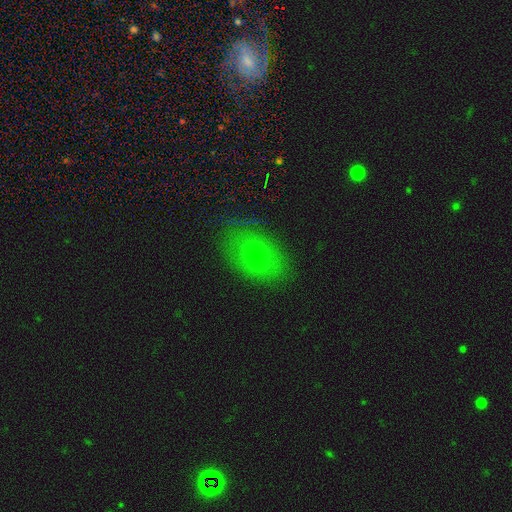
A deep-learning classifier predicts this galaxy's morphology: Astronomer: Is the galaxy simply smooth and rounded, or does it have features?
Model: smooth — 57%.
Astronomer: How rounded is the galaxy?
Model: in between — 69%.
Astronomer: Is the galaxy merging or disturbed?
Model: none — 74%.